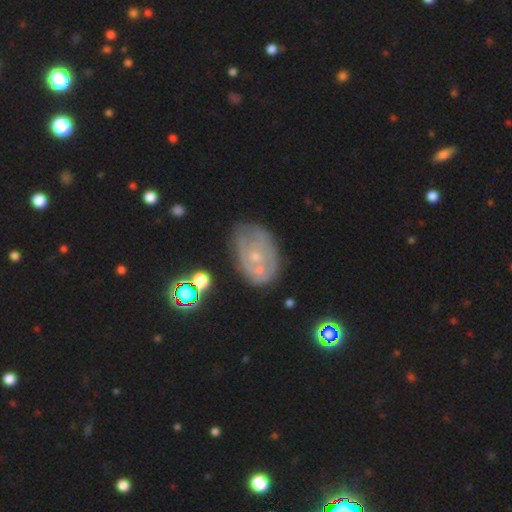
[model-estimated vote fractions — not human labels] Smooth or featured?
  - featured or disk: 67% *
  - smooth: 21%
  - star or artifact: 12%
Edge-on disk?
  - no: 96% *
  - yes: 4%
Bar?
  - no: 76% *
  - weak: 20%
  - strong: 4%
Spiral arms?
  - yes: 66% *
  - no: 34%
Bulge size?
  - small: 72% *
  - moderate: 21%
  - none: 4%
  - large: 1%
  - dominant: 1%
Merging?
  - none: 58% *
  - minor disturbance: 25%
  - major disturbance: 12%
  - merger: 6%